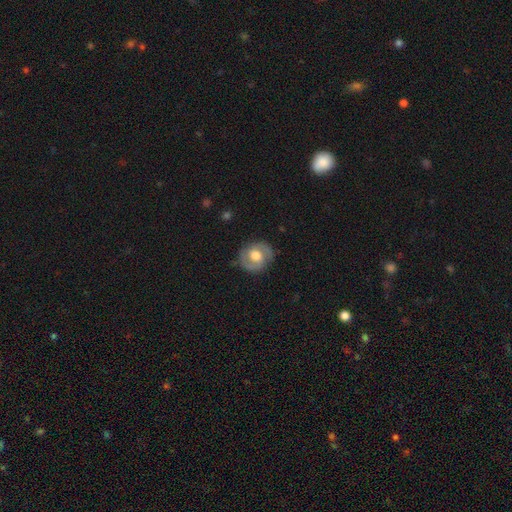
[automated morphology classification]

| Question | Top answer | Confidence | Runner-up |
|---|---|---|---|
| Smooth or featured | featured or disk | 59% | smooth (34%) |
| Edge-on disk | no | 96% | yes (4%) |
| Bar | no | 58% | weak (34%) |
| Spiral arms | yes | 71% | no (29%) |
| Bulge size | moderate | 56% | large (35%) |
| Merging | none | 81% | minor disturbance (14%) |